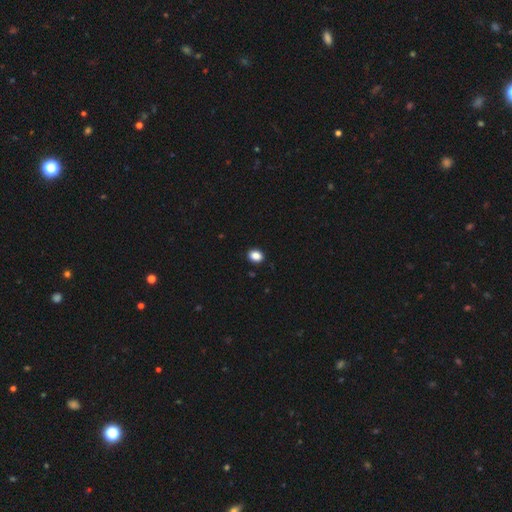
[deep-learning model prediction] This is clearly a smooth galaxy (88%). How rounded: possibly in between (57%). Merging: clearly none (91%).